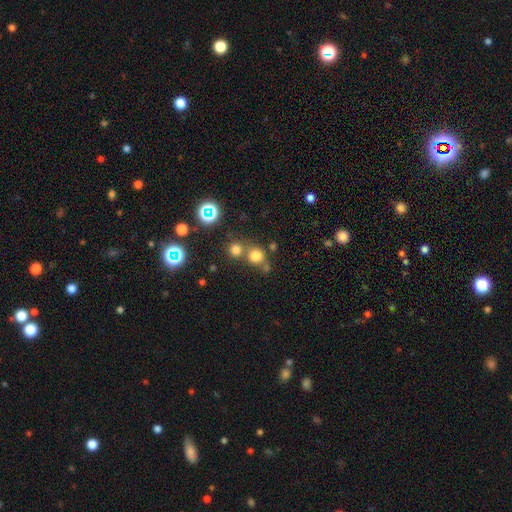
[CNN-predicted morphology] type=smooth (74%); roundness=round (86%); merging=none (57%).